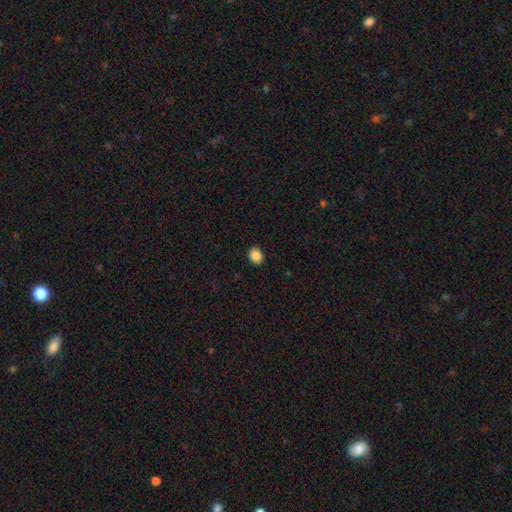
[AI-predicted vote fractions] Smooth or featured? smooth (87%)
How rounded? round (56%)
Merging? none (90%)